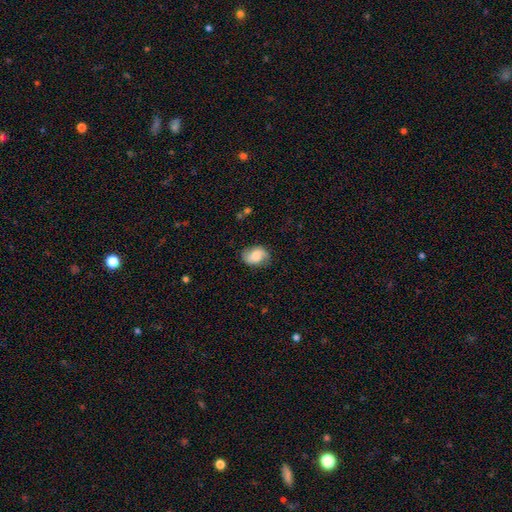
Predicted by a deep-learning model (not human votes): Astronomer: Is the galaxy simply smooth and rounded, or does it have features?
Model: smooth — 56% (runner-up: featured or disk, 35%).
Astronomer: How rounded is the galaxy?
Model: in between — 70%.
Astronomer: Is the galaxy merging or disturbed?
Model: none — 76%.